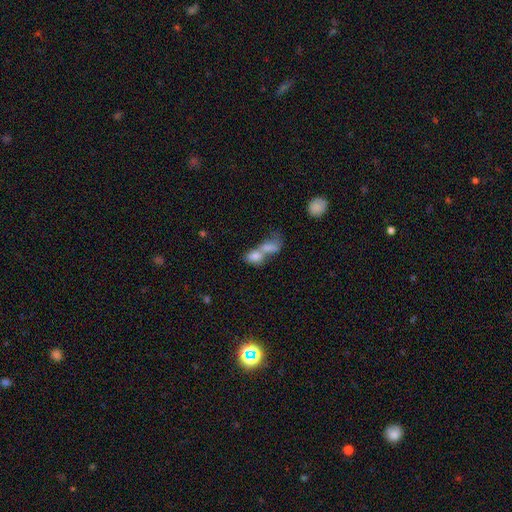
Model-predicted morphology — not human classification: The model was most divided on "how rounded": in between: 71%, round: 25%, cigar-shaped: 4%. More confident: smooth or featured — smooth (76%); merging — merger (75%).